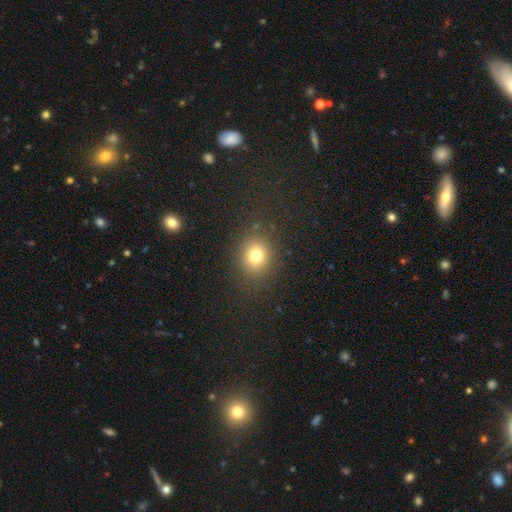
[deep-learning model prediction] Smooth or featured? smooth (77%)
How rounded? round (72%)
Merging? none (86%)